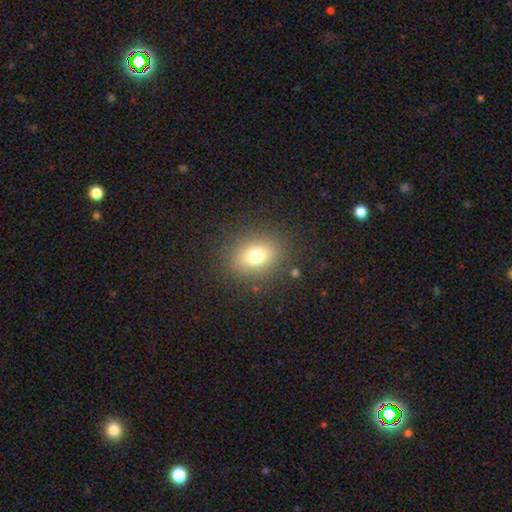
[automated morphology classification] Smooth or featured?
  - smooth: 75% *
  - star or artifact: 14%
  - featured or disk: 12%
How rounded?
  - in between: 57% *
  - round: 42%
  - cigar-shaped: 2%
Merging?
  - none: 84% *
  - minor disturbance: 10%
  - major disturbance: 5%
  - merger: 1%